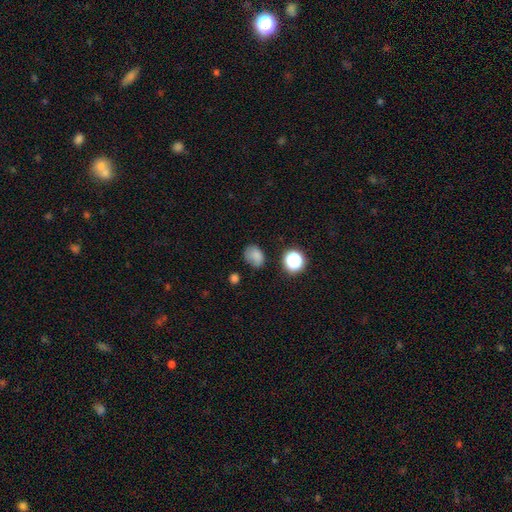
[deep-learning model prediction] The model was most divided on "how rounded": in between: 63%, round: 36%, cigar-shaped: 1%. More confident: smooth or featured — smooth (78%); merging — none (64%).